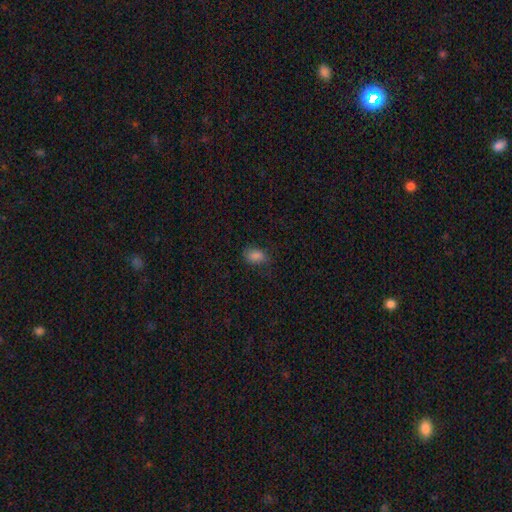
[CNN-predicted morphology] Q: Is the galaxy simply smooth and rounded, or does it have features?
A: smooth — 84%.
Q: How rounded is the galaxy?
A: in between — 86%.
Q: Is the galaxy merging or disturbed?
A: none — 73%.